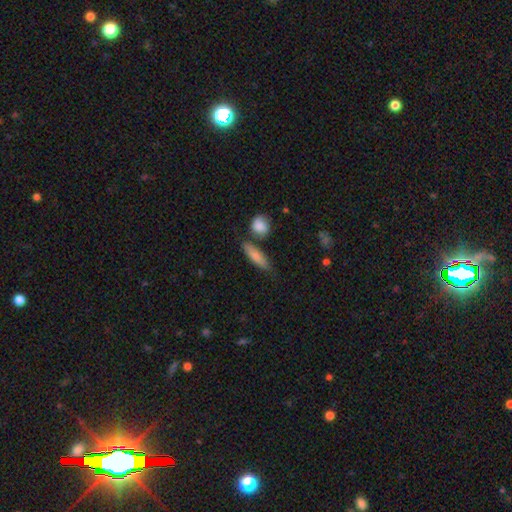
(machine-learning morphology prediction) This appears to be a smooth galaxy with no disk features (78%) that is cigar-shaped (59%). Merging: none (71%).